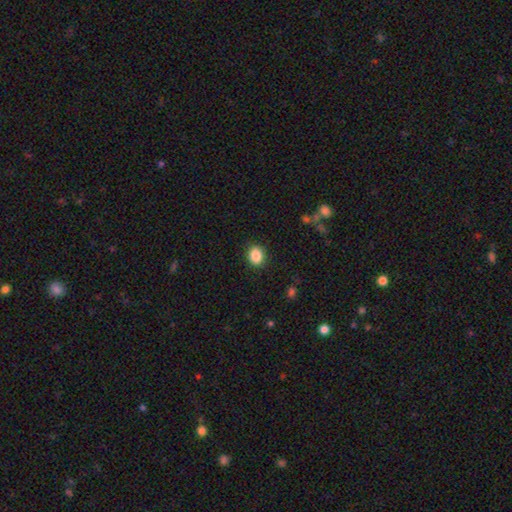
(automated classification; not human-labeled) Smooth or featured?
  - smooth: 87% *
  - star or artifact: 9%
  - featured or disk: 4%
How rounded?
  - round: 52% *
  - in between: 47%
  - cigar-shaped: 1%
Merging?
  - none: 88% *
  - minor disturbance: 8%
  - major disturbance: 2%
  - merger: 1%